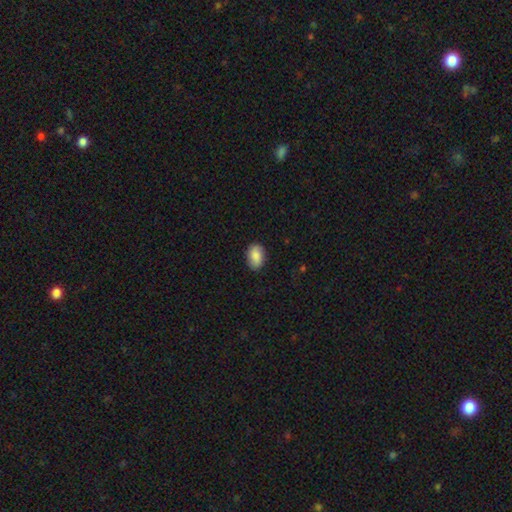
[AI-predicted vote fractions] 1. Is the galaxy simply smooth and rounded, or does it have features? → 86% smooth, 7% star or artifact, 7% featured or disk.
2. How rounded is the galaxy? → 85% in between, 13% round, 1% cigar-shaped.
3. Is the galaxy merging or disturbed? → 86% none, 11% minor disturbance, 2% major disturbance, 1% merger.